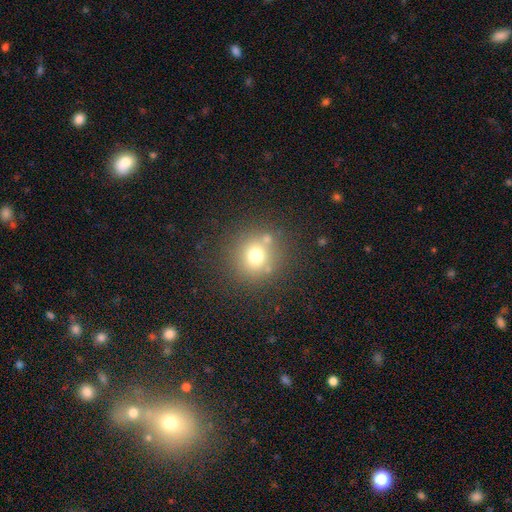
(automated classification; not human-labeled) This is likely a smooth galaxy (69%). How rounded: clearly round (90%). Merging: likely none (76%).